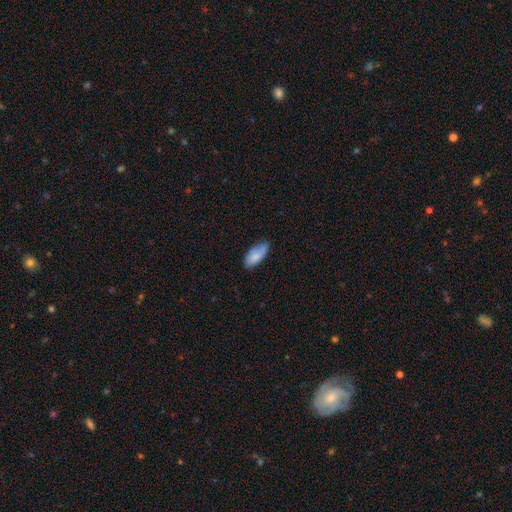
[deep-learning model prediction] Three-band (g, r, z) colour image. It shows a smooth galaxy with no disk features (81%) that is in between round and cigar-shaped (89%). Merging: none (62%).